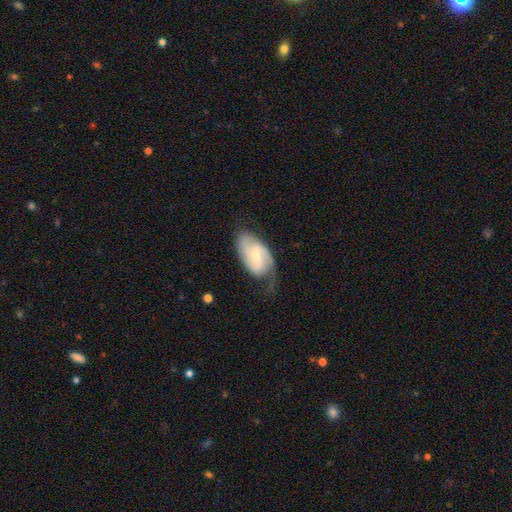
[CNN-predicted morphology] Q: Smooth or featured?
A: featured or disk (77%); runner-up: smooth (18%)
Q: Edge-on disk?
A: no (96%); runner-up: yes (4%)
Q: Bar?
A: weak (49%); runner-up: no (39%)
Q: Spiral arms?
A: yes (95%); runner-up: no (5%)
Q: Spiral winding?
A: medium (44%); runner-up: tight (38%)
Q: Spiral arm count?
A: 2 (64%); runner-up: can't tell (15%)
Q: Bulge size?
A: small (55%); runner-up: moderate (39%)
Q: Merging?
A: none (53%); runner-up: minor disturbance (29%)